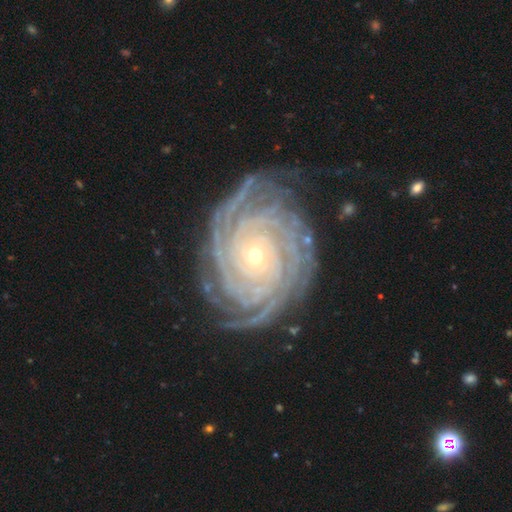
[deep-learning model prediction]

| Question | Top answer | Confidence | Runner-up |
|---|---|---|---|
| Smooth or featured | featured or disk | 92% | star or artifact (5%) |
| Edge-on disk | no | 98% | yes (2%) |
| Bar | no | 75% | weak (15%) |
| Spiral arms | yes | 99% | no (1%) |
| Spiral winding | tight | 89% | medium (10%) |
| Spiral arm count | more than 4 | 33% | 4 (23%) |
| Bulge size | small | 75% | moderate (23%) |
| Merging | none | 78% | minor disturbance (15%) |